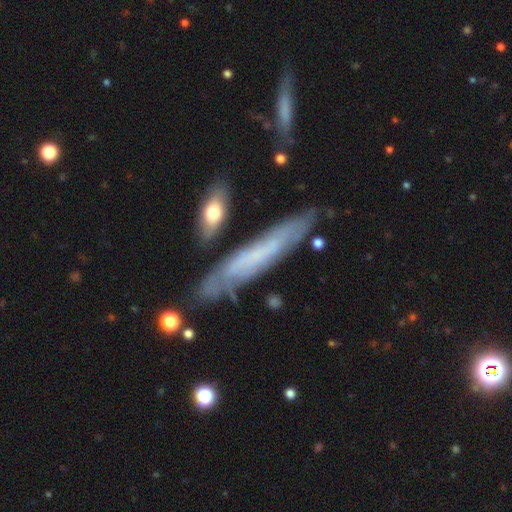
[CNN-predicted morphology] Q: Smooth or featured?
A: featured or disk (56%); runner-up: smooth (37%)
Q: Edge-on disk?
A: yes (61%); runner-up: no (39%)
Q: Merging?
A: none (75%); runner-up: minor disturbance (16%)